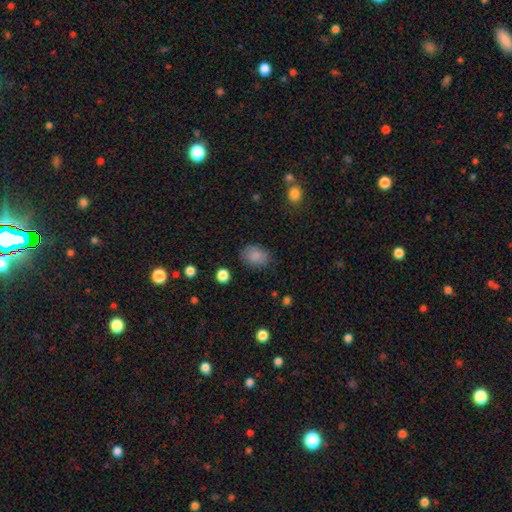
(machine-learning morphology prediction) Overall: smooth (85%). How rounded: in between (67%; round 32%). Merging: none (75%).